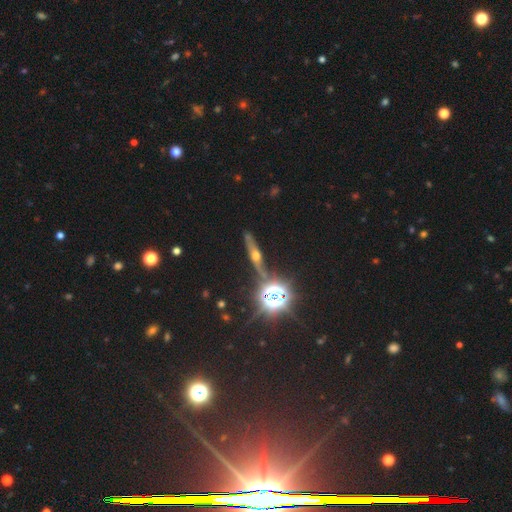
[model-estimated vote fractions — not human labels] The model was most divided on "smooth or featured": featured or disk: 57%, star or artifact: 22%, smooth: 20%. More confident: edge-on disk — yes (85%); merging — none (78%).